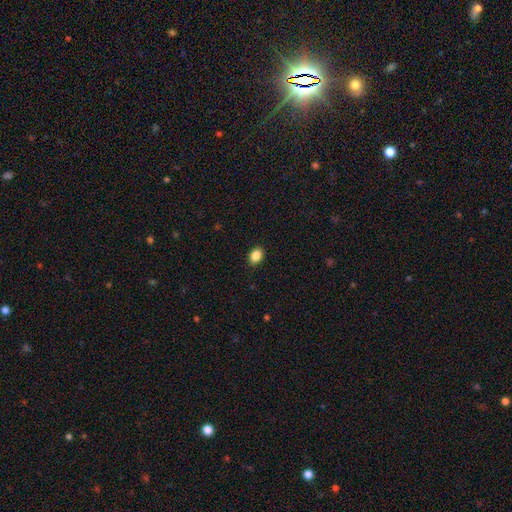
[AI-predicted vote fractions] smooth_or_featured: smooth (p=0.87) [alt: star or artifact p=0.09]
how_rounded: in between (p=0.72) [alt: round p=0.27]
merging: none (p=0.90) [alt: minor disturbance p=0.08]